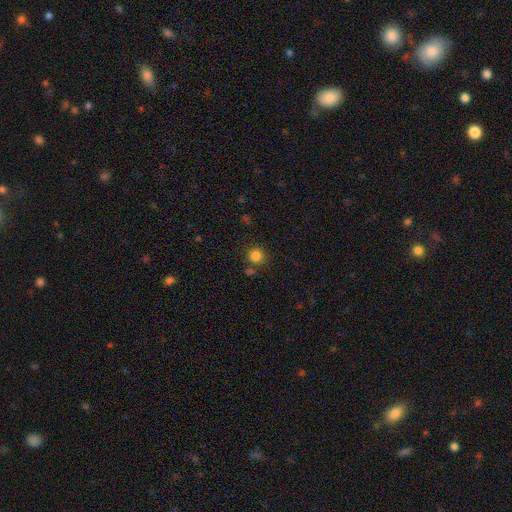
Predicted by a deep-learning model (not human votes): Overall: smooth (83%). How rounded: round (93%). Merging: none (80%).